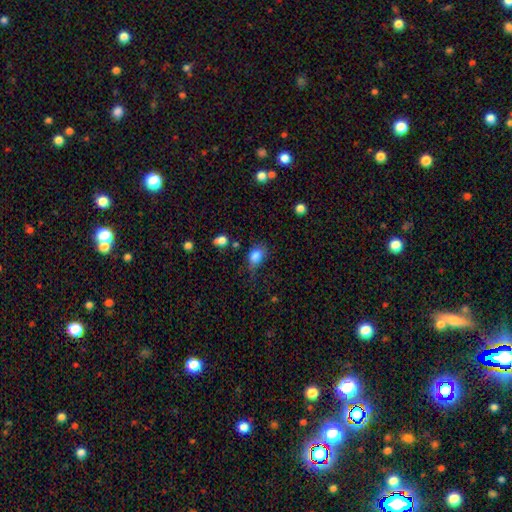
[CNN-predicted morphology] smooth 83%, star or artifact 10%, featured or disk 7%. Down the decision tree: how rounded — in between (69%); merging — none (51%).